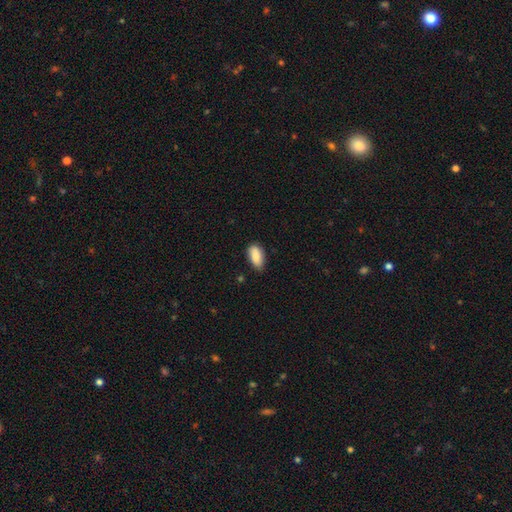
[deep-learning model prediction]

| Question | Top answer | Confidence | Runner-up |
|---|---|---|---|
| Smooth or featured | smooth | 86% | featured or disk (7%) |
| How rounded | in between | 92% | cigar-shaped (5%) |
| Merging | none | 75% | minor disturbance (21%) |